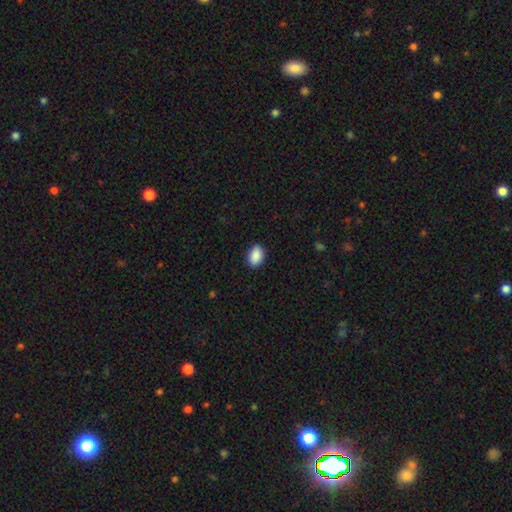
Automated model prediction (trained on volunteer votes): smooth_or_featured: smooth (p=0.90) [alt: star or artifact p=0.07]
how_rounded: in between (p=0.88) [alt: round p=0.11]
merging: none (p=0.89) [alt: minor disturbance p=0.08]